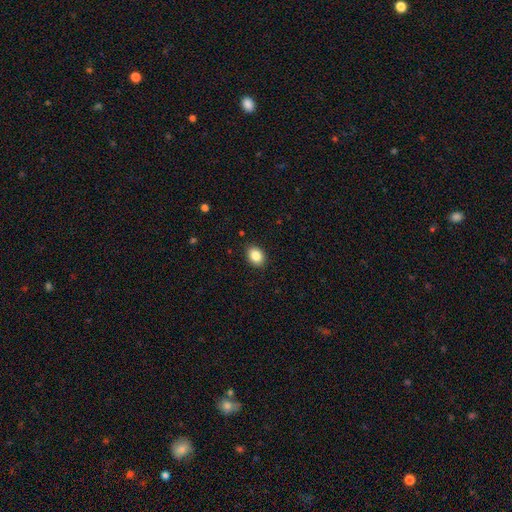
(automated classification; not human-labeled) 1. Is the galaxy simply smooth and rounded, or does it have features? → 86% smooth, 9% star or artifact, 5% featured or disk.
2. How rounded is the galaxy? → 62% in between, 38% round, 1% cigar-shaped.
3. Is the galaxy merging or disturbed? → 89% none, 8% minor disturbance, 2% major disturbance, 1% merger.